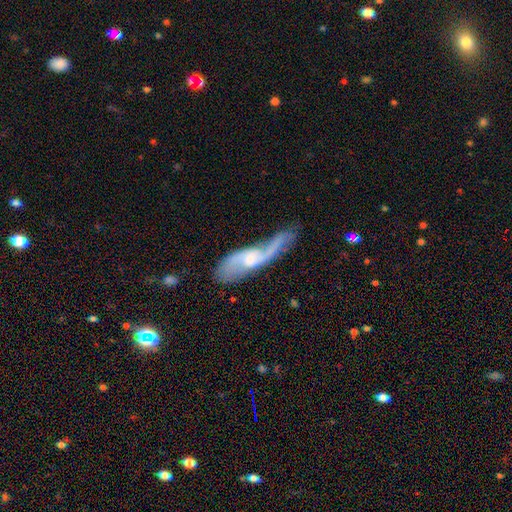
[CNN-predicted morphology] Q: Smooth or featured?
A: featured or disk (72%); runner-up: smooth (20%)
Q: Edge-on disk?
A: no (77%); runner-up: yes (23%)
Q: Bar?
A: no (56%); runner-up: weak (36%)
Q: Spiral arms?
A: yes (87%); runner-up: no (13%)
Q: Bulge size?
A: small (42%); runner-up: moderate (41%)
Q: Merging?
A: none (41%); runner-up: minor disturbance (28%)